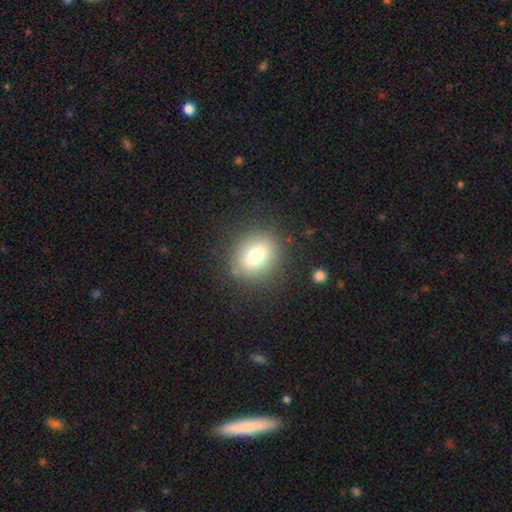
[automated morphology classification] Smooth or featured: smooth — 75% (featured or disk — 13%)
How rounded: round — 69% (in between — 30%)
Merging: none — 84% (minor disturbance — 10%)